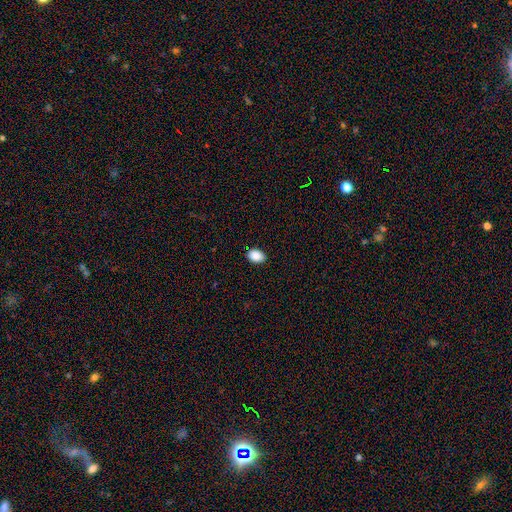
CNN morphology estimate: smooth_or_featured: smooth (p=0.89) [alt: star or artifact p=0.08]
how_rounded: in between (p=0.80) [alt: round p=0.18]
merging: none (p=0.89) [alt: minor disturbance p=0.08]